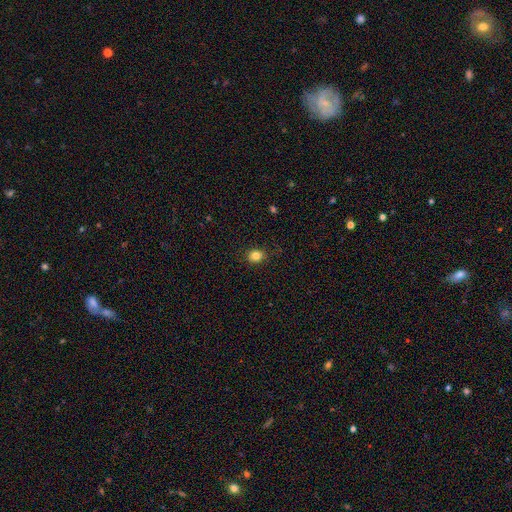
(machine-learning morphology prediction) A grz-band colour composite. It shows a smooth galaxy with no disk features (83%) that is round (69%). Merging: none (86%).